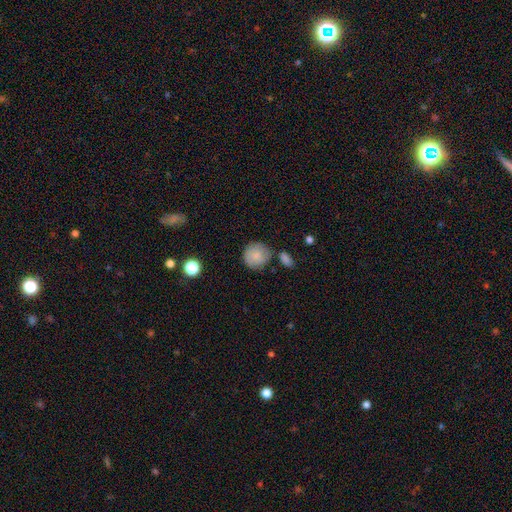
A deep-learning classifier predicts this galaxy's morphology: This appears to be a smooth galaxy with no disk features (83%) that is round (91%). Merging: none (72%).